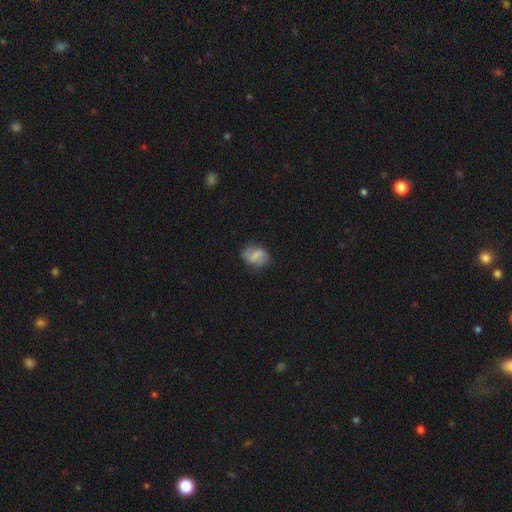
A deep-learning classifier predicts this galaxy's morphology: This appears to be a smooth galaxy with no disk features (57%) that is in between round and cigar-shaped (59%). Merging: none (66%).